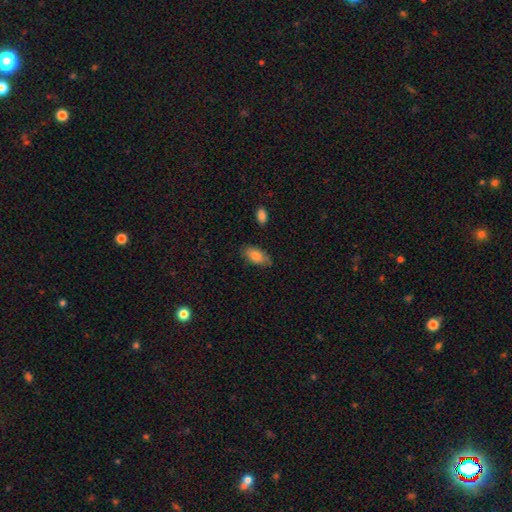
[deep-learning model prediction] Morphology: type=smooth (83%); roundness=in between (91%); merging=none (81%).